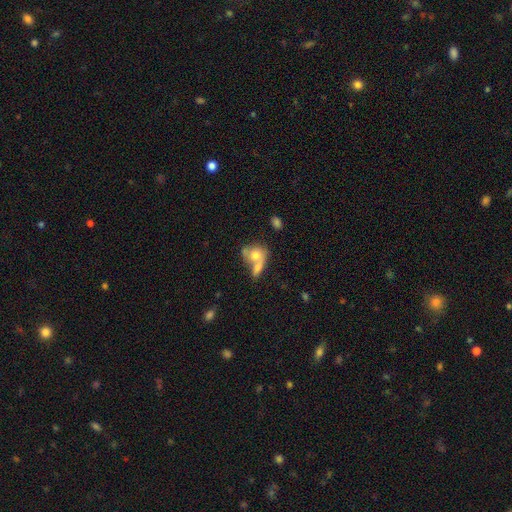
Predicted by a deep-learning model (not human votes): Morphology: type=smooth (66%); roundness=in between (49%); merging=merger (57%).